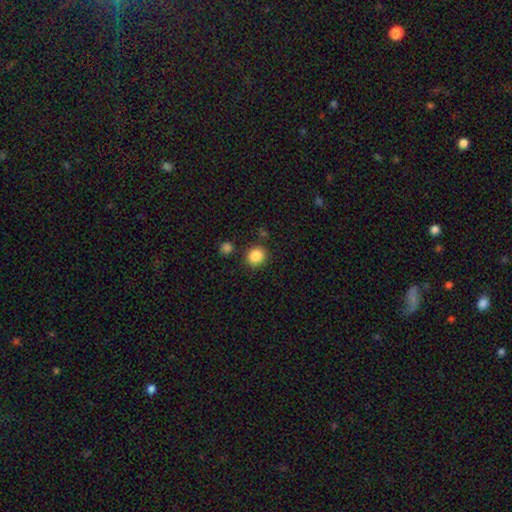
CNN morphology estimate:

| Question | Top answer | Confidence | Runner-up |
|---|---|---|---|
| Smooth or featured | smooth | 87% | star or artifact (10%) |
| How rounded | round | 80% | in between (19%) |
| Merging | none | 84% | minor disturbance (9%) |